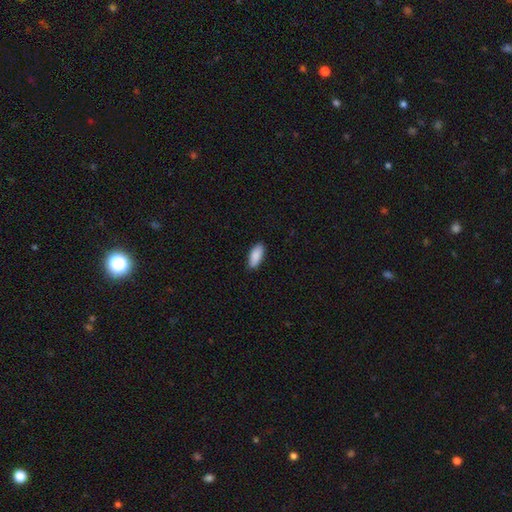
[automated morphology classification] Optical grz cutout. It shows a smooth galaxy with no disk features (90%) that is in between round and cigar-shaped (84%). Merging: none (88%).